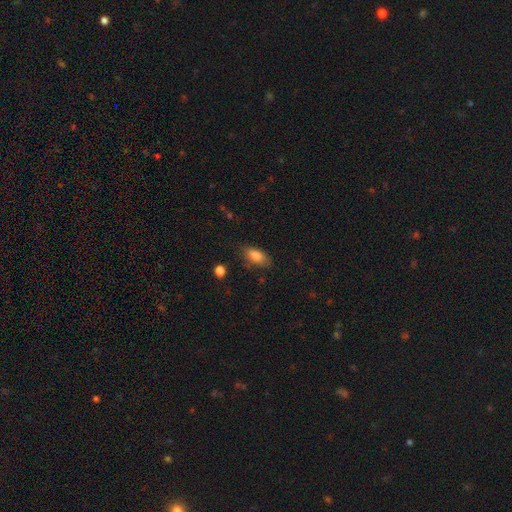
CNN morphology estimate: Q: Smooth or featured?
A: smooth (81%); runner-up: featured or disk (11%)
Q: How rounded?
A: in between (86%); runner-up: cigar-shaped (9%)
Q: Merging?
A: none (76%); runner-up: minor disturbance (18%)